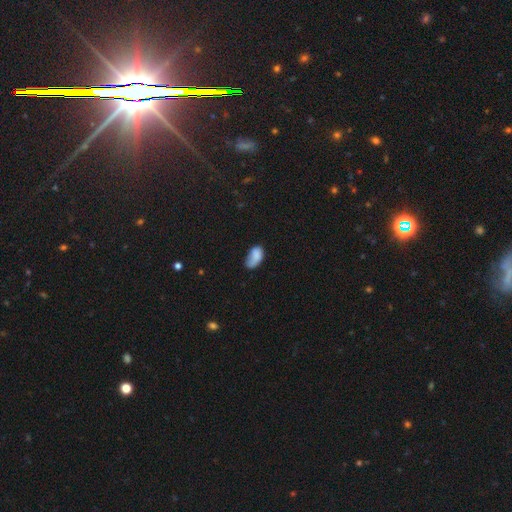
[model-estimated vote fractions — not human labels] Smooth or featured: smooth — 81% (featured or disk — 11%)
How rounded: in between — 93% (round — 5%)
Merging: none — 41% (minor disturbance — 39%)